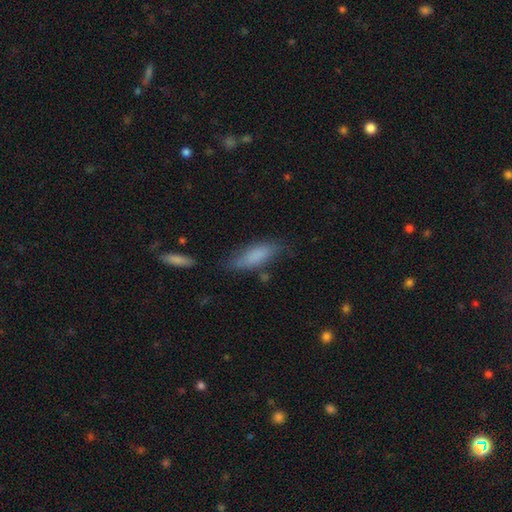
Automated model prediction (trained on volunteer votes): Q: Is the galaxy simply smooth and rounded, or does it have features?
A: smooth — 80%.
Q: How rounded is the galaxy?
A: in between — 60%.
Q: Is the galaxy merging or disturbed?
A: none — 64%.